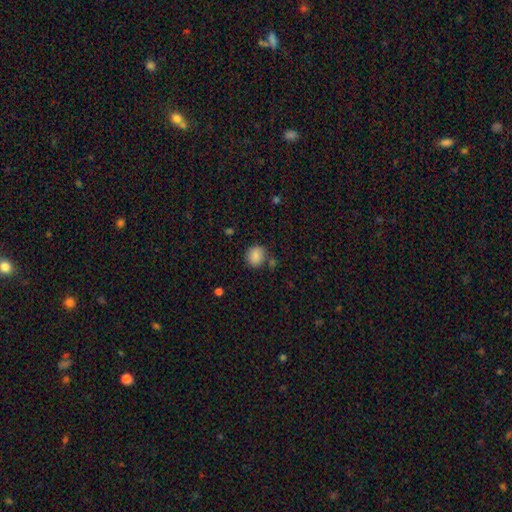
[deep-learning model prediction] smooth-or-featured: smooth: 86% | star or artifact: 9% | featured or disk: 5%
  how-rounded: round: 78% | in between: 21% | cigar-shaped: 1%
  merging: none: 77% | minor disturbance: 12% | merger: 7% | major disturbance: 4%